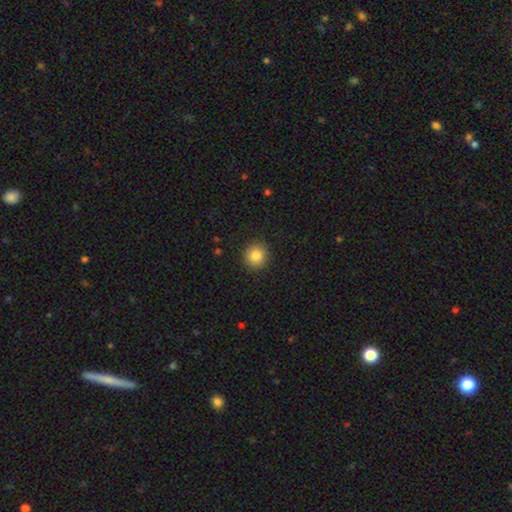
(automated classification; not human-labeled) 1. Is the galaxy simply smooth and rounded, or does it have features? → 85% smooth, 9% star or artifact, 6% featured or disk.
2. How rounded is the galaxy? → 88% round, 11% in between, 1% cigar-shaped.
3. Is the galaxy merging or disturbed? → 91% none, 6% minor disturbance, 2% major disturbance, 1% merger.